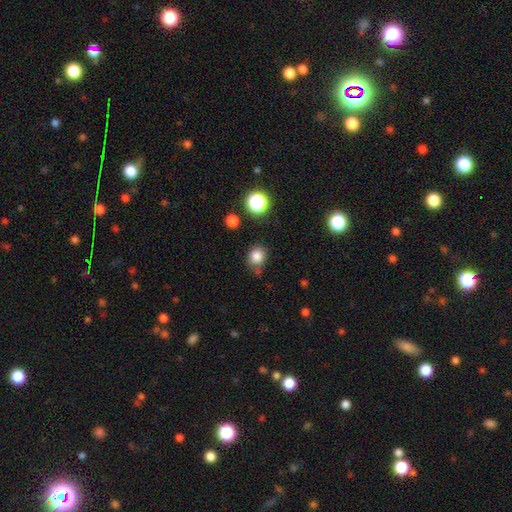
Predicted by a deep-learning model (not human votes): A smooth galaxy with no disk features (83%) that is round (78%).

Vote fractions:
- Smooth or featured? smooth: 83% / star or artifact: 12% / featured or disk: 5%
- How rounded? round: 78% / in between: 21% / cigar-shaped: 1%
- Merging? none: 73% / minor disturbance: 17% / merger: 5% / major disturbance: 5%